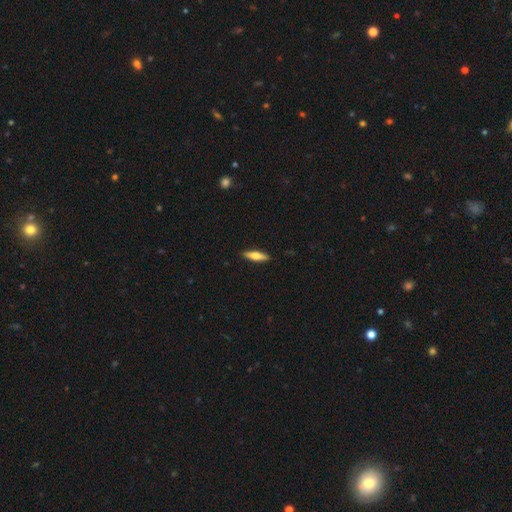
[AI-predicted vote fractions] smooth-or-featured: smooth: 67% | featured or disk: 28% | star or artifact: 6%
  how-rounded: cigar-shaped: 67% | in between: 31% | round: 2%
  merging: none: 90% | minor disturbance: 7% | major disturbance: 2% | merger: 1%